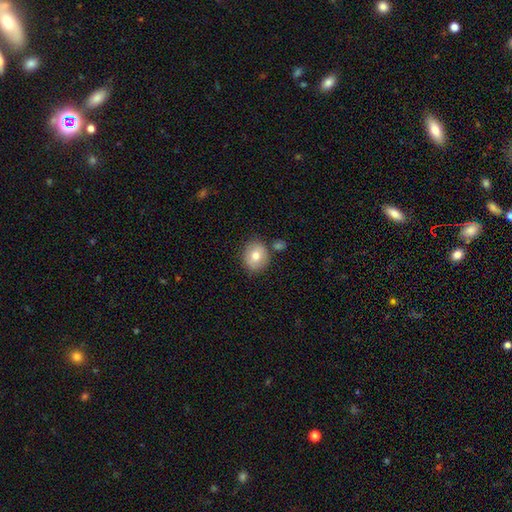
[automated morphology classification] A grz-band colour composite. It shows a smooth galaxy with no disk features (76%) that is round (71%). Merging: none (74%).